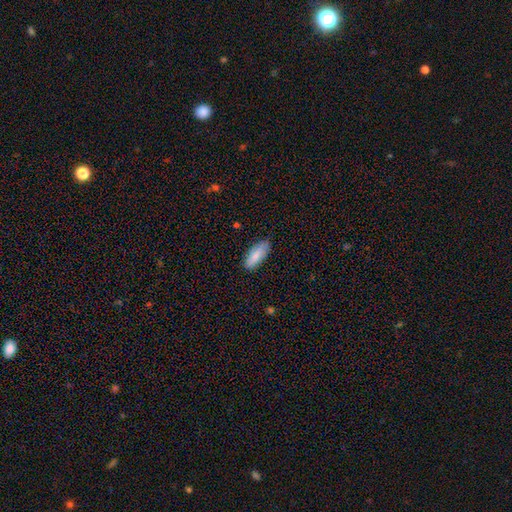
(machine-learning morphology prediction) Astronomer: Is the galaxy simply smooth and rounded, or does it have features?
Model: smooth — 83%.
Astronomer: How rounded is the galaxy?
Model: in between — 73%.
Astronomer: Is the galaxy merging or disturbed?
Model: none — 85%.